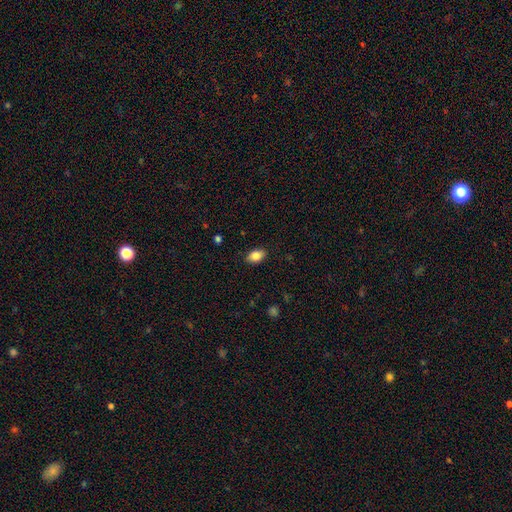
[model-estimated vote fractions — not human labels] smooth_or_featured: smooth (p=0.84) [alt: star or artifact p=0.08]
how_rounded: in between (p=0.88) [alt: round p=0.10]
merging: none (p=0.87) [alt: minor disturbance p=0.10]